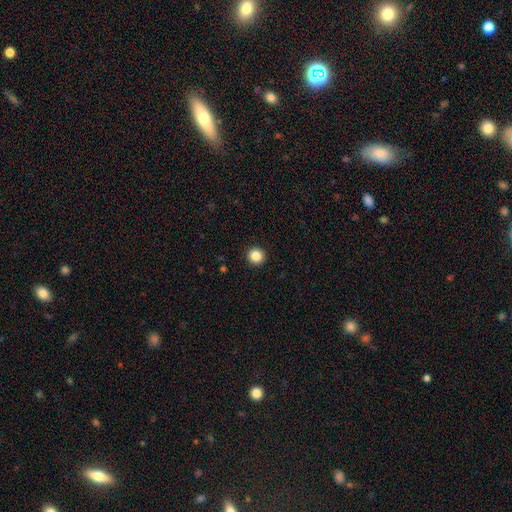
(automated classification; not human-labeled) Q: Smooth or featured?
A: smooth (86%); runner-up: star or artifact (10%)
Q: How rounded?
A: round (94%); runner-up: in between (5%)
Q: Merging?
A: none (93%); runner-up: minor disturbance (4%)